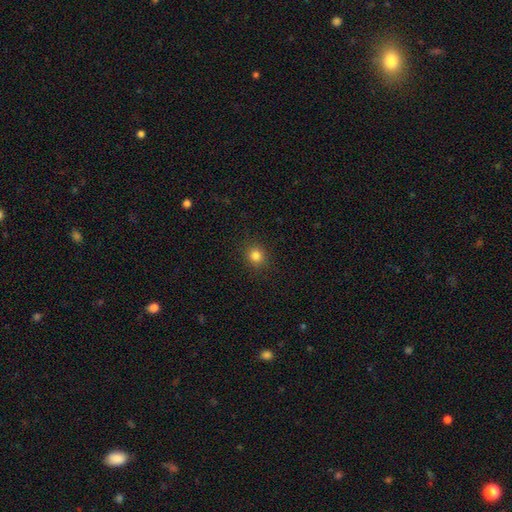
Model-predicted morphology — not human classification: type=smooth (82%); roundness=round (84%); merging=none (90%).